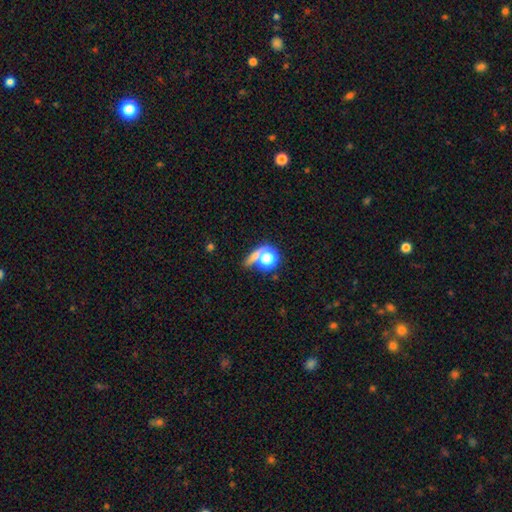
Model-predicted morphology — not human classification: type=smooth (57%); roundness=round (61%); merging=none (46%).